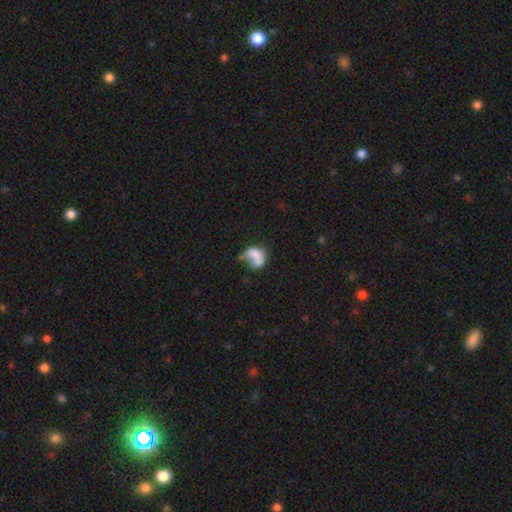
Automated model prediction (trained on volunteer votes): The model was most divided on "merging": major disturbance: 39%, none: 23%, minor disturbance: 23%, merger: 15%. More confident: how rounded — in between (70%); smooth or featured — smooth (66%).